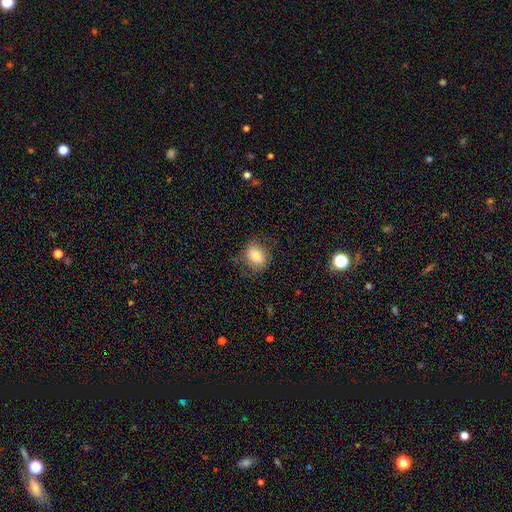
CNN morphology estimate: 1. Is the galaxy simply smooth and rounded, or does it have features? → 77% smooth, 14% featured or disk, 9% star or artifact.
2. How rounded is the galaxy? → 54% in between, 45% round, 1% cigar-shaped.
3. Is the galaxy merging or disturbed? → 73% none, 19% minor disturbance, 7% major disturbance, 1% merger.